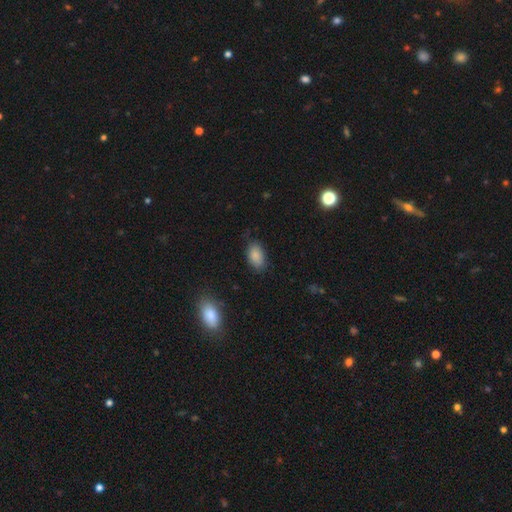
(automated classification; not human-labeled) A smooth galaxy with no disk features (87%) that is in between round and cigar-shaped (92%). Merging: none (80%).